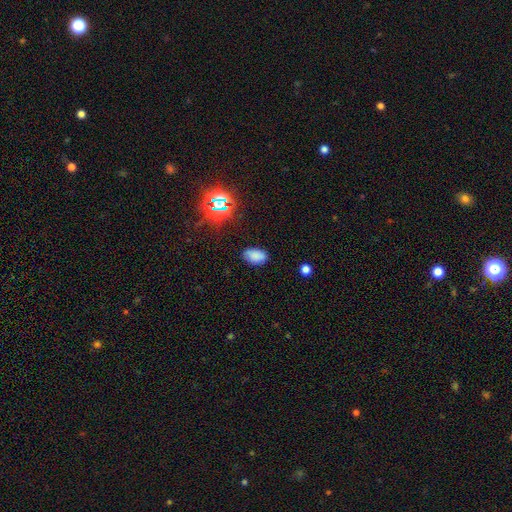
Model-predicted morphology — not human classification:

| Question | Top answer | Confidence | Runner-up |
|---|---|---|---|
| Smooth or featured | smooth | 79% | star or artifact (15%) |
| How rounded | in between | 91% | round (8%) |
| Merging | none | 80% | minor disturbance (15%) |